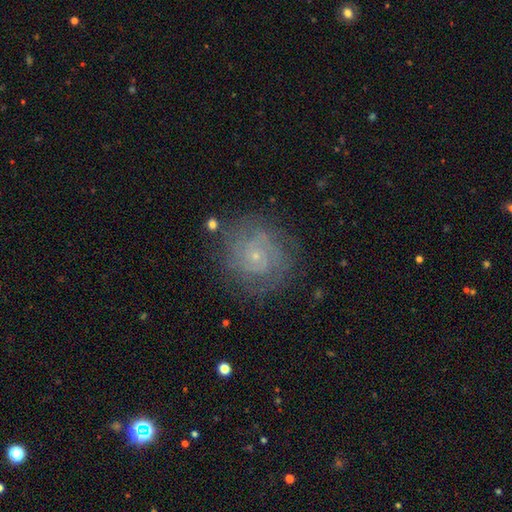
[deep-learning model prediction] Overall: featured or disk (71%). Edge-on disk: no (98%). Bar: no (78%). Spiral arms: yes (88%). Spiral arm count: can't tell (40%; 2 25%). Spiral winding: tight (66%; medium 27%). Bulge size: small (84%). Merging: none (77%).